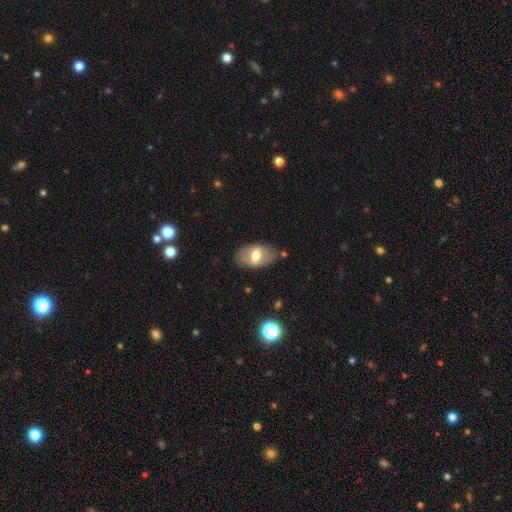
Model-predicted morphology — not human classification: smooth_or_featured: featured or disk (p=0.48) [alt: smooth p=0.45]
merging: none (p=0.77) [alt: minor disturbance p=0.15]